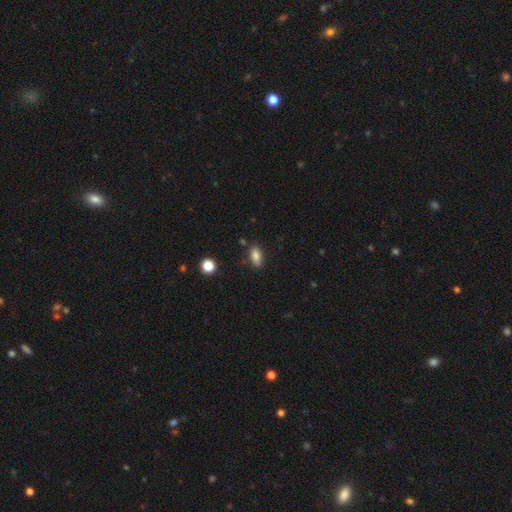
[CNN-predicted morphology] smooth 84%, star or artifact 9%, featured or disk 7%. Down the decision tree: how rounded — in between (85%); merging — none (80%).